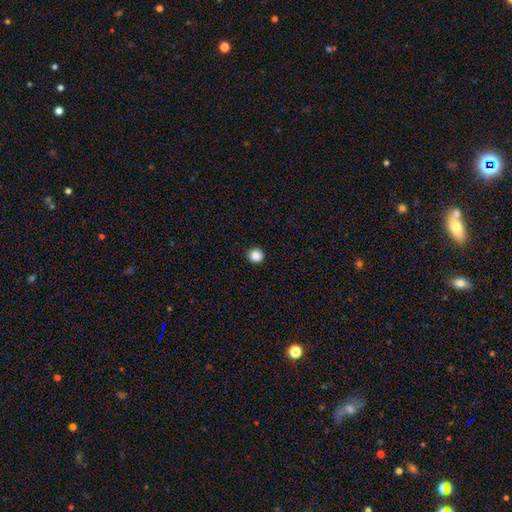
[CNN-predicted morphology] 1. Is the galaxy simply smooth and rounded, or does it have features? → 87% smooth, 10% star or artifact, 3% featured or disk.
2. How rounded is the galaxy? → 95% round, 4% in between, 1% cigar-shaped.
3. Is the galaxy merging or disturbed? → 93% none, 4% minor disturbance, 1% major disturbance, 1% merger.